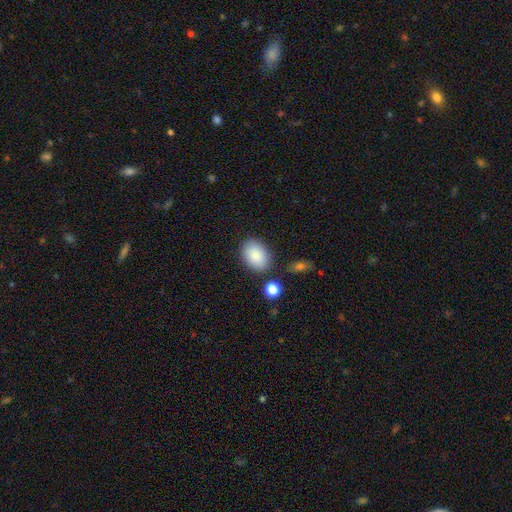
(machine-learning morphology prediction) This is clearly a smooth galaxy (88%). How rounded: clearly in between (83%). Merging: likely none (80%).